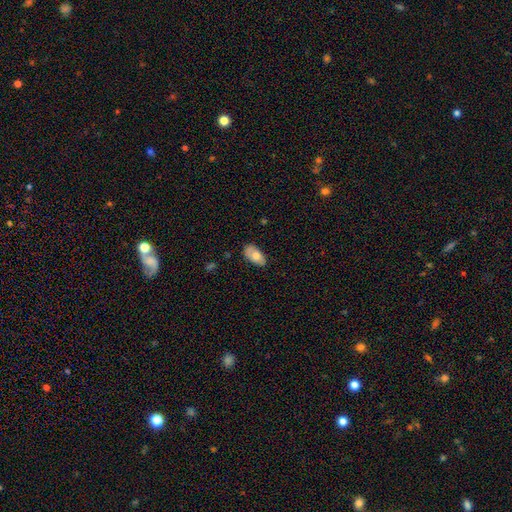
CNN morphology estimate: Smooth or featured: smooth — 70% (featured or disk — 23%)
How rounded: in between — 94% (round — 4%)
Merging: none — 75% (minor disturbance — 21%)